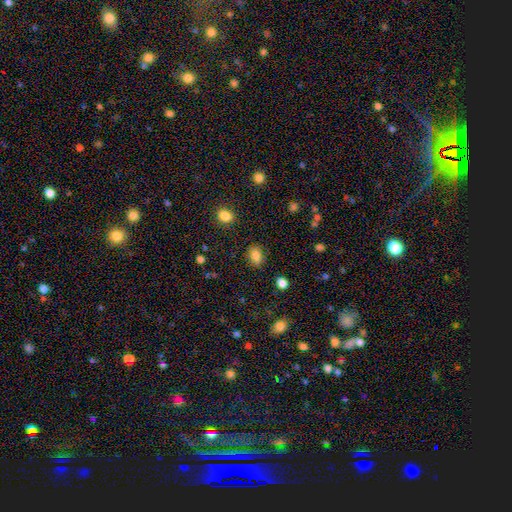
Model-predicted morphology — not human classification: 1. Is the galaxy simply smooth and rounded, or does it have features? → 83% smooth, 11% star or artifact, 6% featured or disk.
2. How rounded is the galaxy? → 75% in between, 23% round, 2% cigar-shaped.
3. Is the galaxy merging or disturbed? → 83% none, 12% minor disturbance, 3% major disturbance, 2% merger.